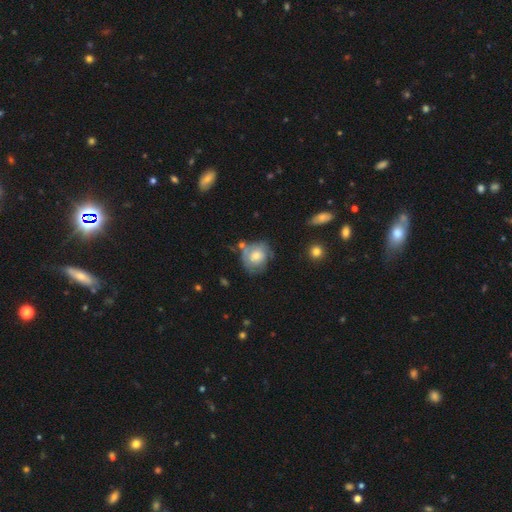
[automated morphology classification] A smooth galaxy with no disk features (51%) that is round (70%). Merging: none (53%).